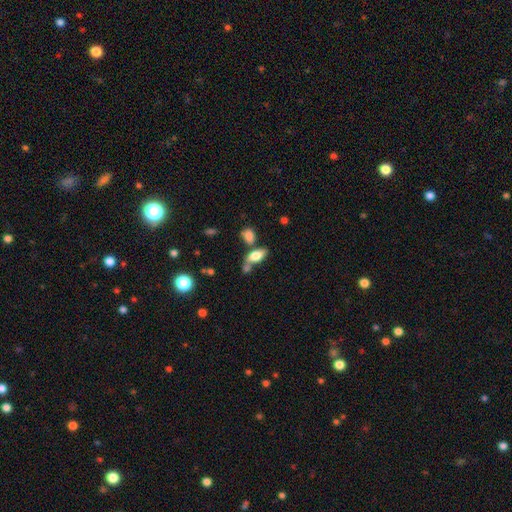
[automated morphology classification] smooth 71%, featured or disk 21%, star or artifact 8%. Down the decision tree: how rounded — in between (83%); merging — none (48%).